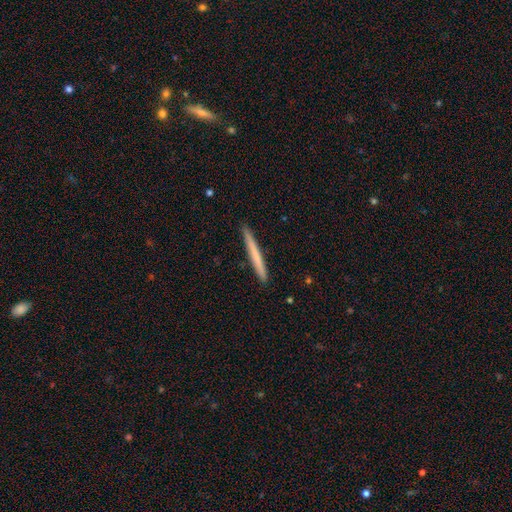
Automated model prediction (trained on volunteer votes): A smooth galaxy with no disk features (65%) that is cigar-shaped (97%). Merging: none (92%).